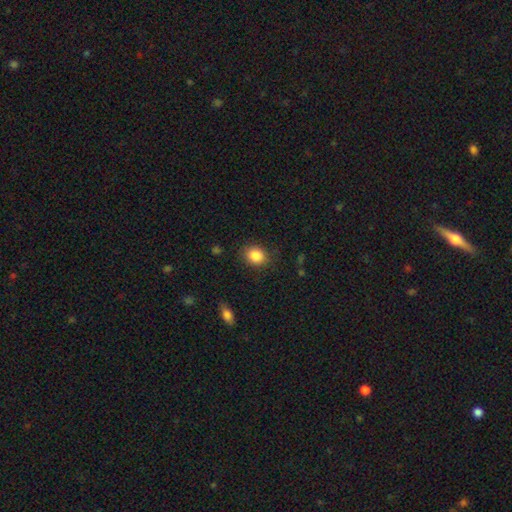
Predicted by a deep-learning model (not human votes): Morphology: type=smooth (86%); roundness=round (62%); merging=none (83%).